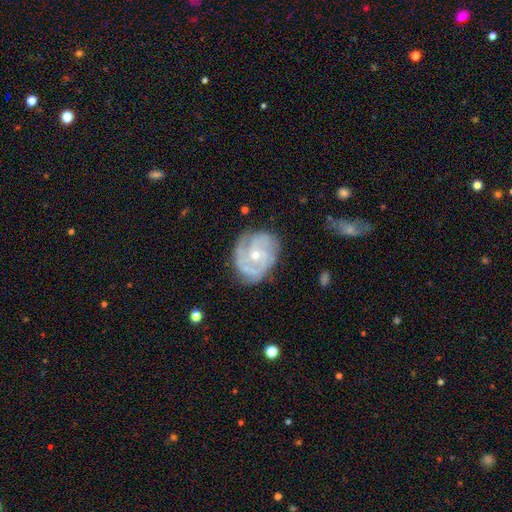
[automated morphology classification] Smooth or featured: featured or disk — 82% (smooth — 13%)
Edge-on disk: no — 98% (yes — 2%)
Bar: no — 72% (weak — 23%)
Spiral arms: yes — 91% (no — 9%)
Spiral winding: tight — 52% (medium — 37%)
Spiral arm count: 3 — 34% (2 — 24%)
Bulge size: small — 58% (moderate — 40%)
Merging: none — 68% (minor disturbance — 22%)